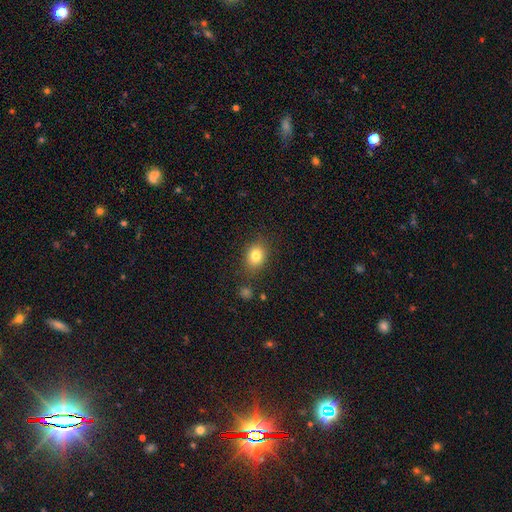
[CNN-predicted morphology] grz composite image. It shows a smooth galaxy with no disk features (81%) that is in between round and cigar-shaped (51%). Merging: none (82%).